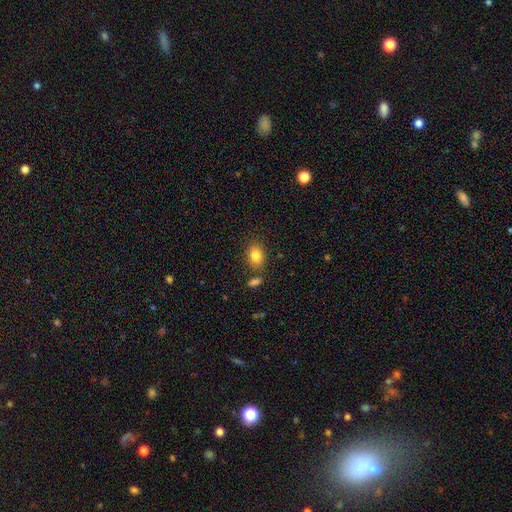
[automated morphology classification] Smooth or featured? smooth (83%)
How rounded? in between (71%)
Merging? none (75%)